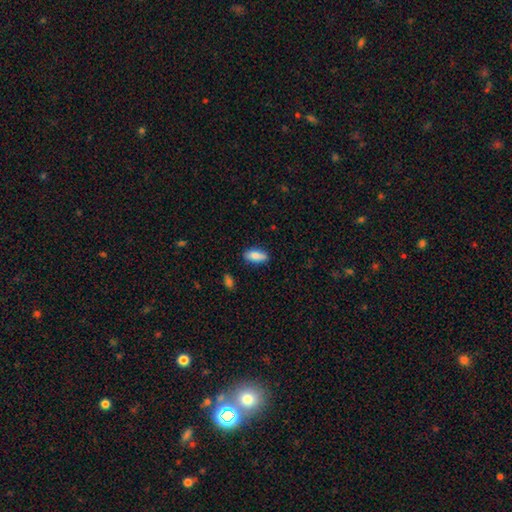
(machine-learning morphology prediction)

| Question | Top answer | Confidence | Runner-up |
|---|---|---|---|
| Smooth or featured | smooth | 83% | featured or disk (10%) |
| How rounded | in between | 79% | cigar-shaped (18%) |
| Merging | none | 79% | minor disturbance (16%) |